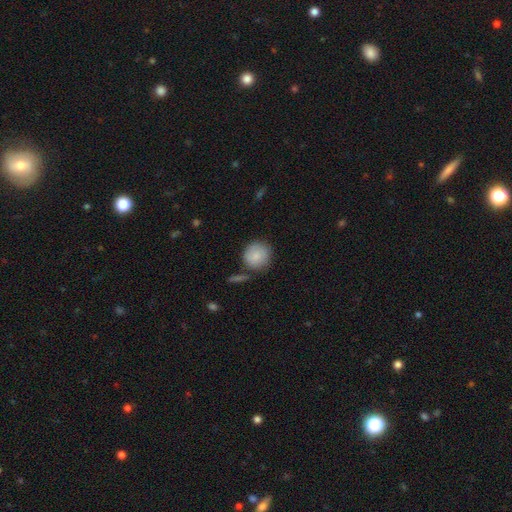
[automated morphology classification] smooth-or-featured: smooth: 85% | featured or disk: 9% | star or artifact: 6%
  how-rounded: round: 89% | in between: 10% | cigar-shaped: 1%
  merging: none: 73% | minor disturbance: 16% | merger: 7% | major disturbance: 4%